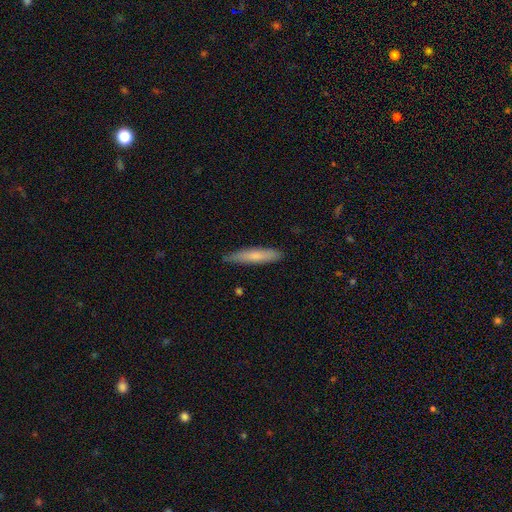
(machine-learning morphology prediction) smooth 73%, featured or disk 22%, star or artifact 5%. Down the decision tree: how rounded — cigar-shaped (89%); merging — none (84%).